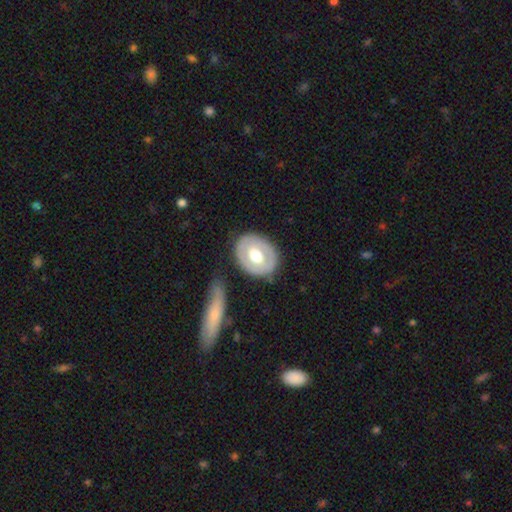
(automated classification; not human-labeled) This appears to be a featured or disk galaxy (48%). Merging: none (78%).